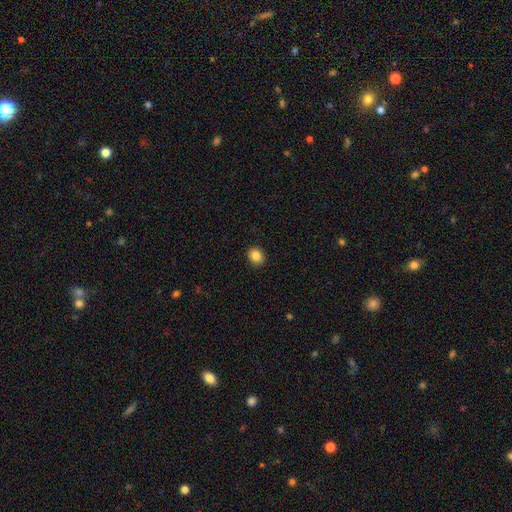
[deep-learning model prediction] This appears to be a smooth galaxy with no disk features (84%) that is round (69%). Merging: none (91%).